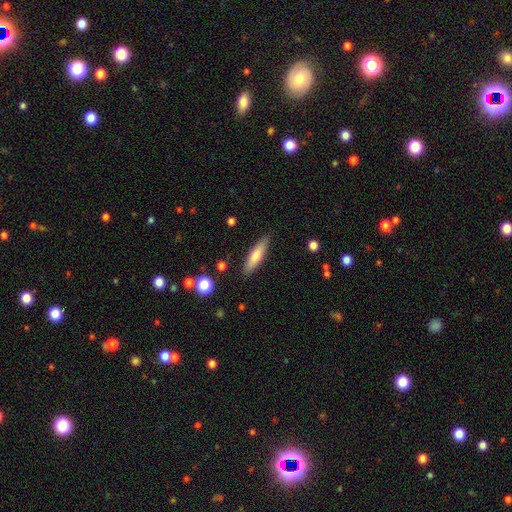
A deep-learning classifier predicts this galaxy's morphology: smooth_or_featured: smooth (p=0.67) [alt: featured or disk p=0.27]
how_rounded: cigar-shaped (p=0.72) [alt: in between p=0.26]
merging: none (p=0.87) [alt: minor disturbance p=0.09]